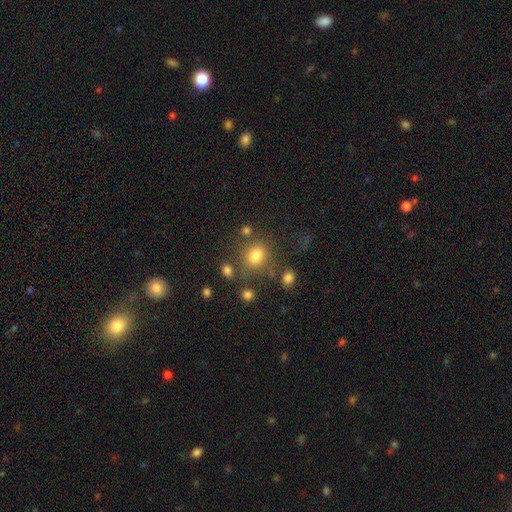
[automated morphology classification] smooth_or_featured: smooth (p=0.78) [alt: star or artifact p=0.14]
how_rounded: round (p=0.70) [alt: in between p=0.29]
merging: none (p=0.69) [alt: minor disturbance p=0.14]